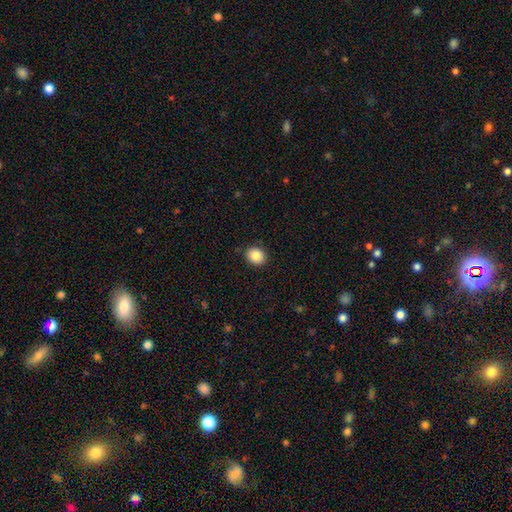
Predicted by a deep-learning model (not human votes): Smooth or featured?
  - smooth: 86% *
  - star or artifact: 9%
  - featured or disk: 5%
How rounded?
  - round: 65% *
  - in between: 34%
  - cigar-shaped: 1%
Merging?
  - none: 90% *
  - minor disturbance: 7%
  - major disturbance: 2%
  - merger: 1%